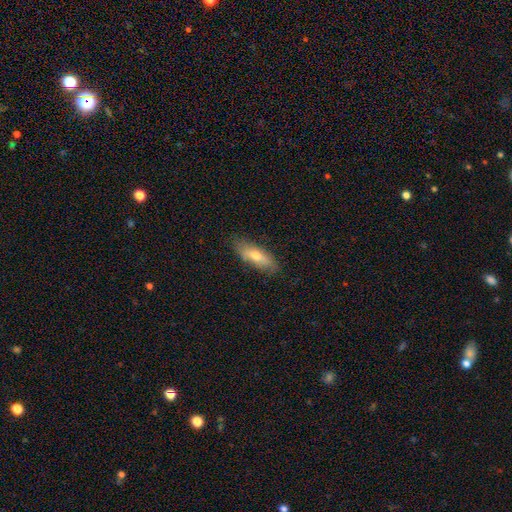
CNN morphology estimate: smooth 63%, featured or disk 31%, star or artifact 7%. Down the decision tree: how rounded — in between (59%); merging — none (80%).